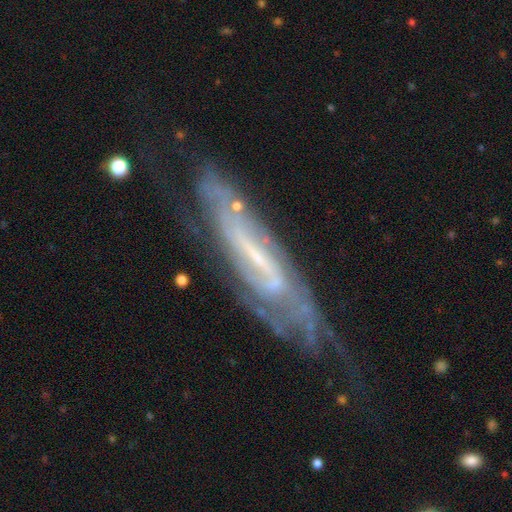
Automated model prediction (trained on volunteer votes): This appears to be a featured or disk galaxy (81%) with a weak bar (39%), spiral arms (85%) and a small central bulge (54%). Merging: none (60%).